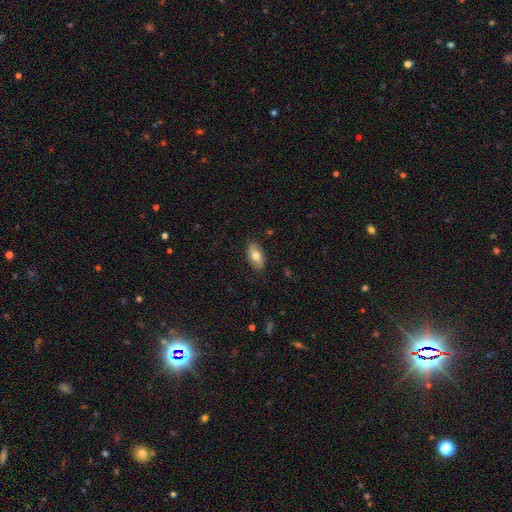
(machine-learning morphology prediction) Smooth or featured?
  - smooth: 68% *
  - featured or disk: 26%
  - star or artifact: 6%
How rounded?
  - in between: 92% *
  - round: 5%
  - cigar-shaped: 4%
Merging?
  - none: 84% *
  - minor disturbance: 12%
  - major disturbance: 2%
  - merger: 1%